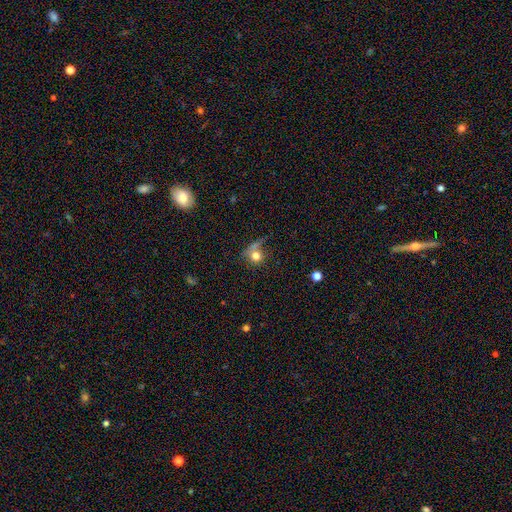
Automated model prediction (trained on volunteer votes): Smooth or featured?
  - smooth: 73% *
  - featured or disk: 14%
  - star or artifact: 13%
How rounded?
  - round: 82% *
  - in between: 16%
  - cigar-shaped: 2%
Merging?
  - none: 44% *
  - major disturbance: 21%
  - minor disturbance: 19%
  - merger: 17%